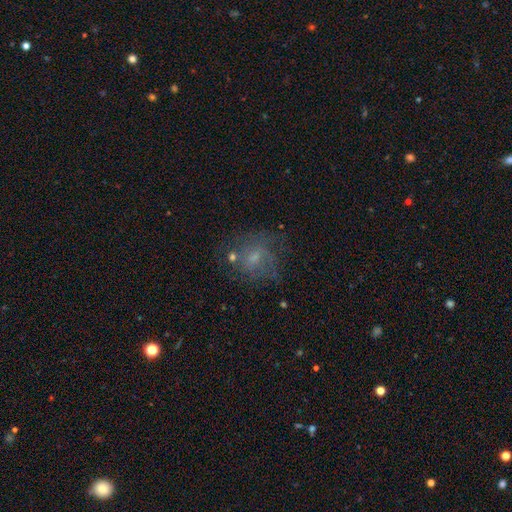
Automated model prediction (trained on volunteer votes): smooth-or-featured: featured or disk: 48% | smooth: 36% | star or artifact: 15%
  merging: none: 53% | minor disturbance: 21% | major disturbance: 20% | merger: 6%